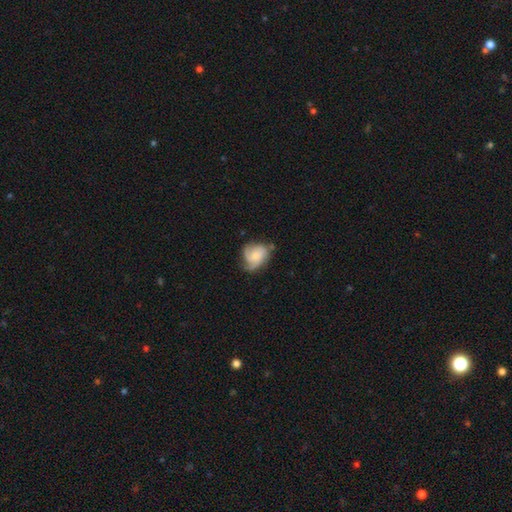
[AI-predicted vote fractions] smooth_or_featured: featured or disk (p=0.58) [alt: smooth p=0.35]
disk_edge_on: no (p=0.98) [alt: yes p=0.02]
bar: no (p=0.72) [alt: weak p=0.24]
has_spiral_arms: yes (p=0.88) [alt: no p=0.12]
spiral_winding: tight (p=0.40) [tied with: medium p=0.40]
spiral_arm_count: 3 (p=0.31) [alt: 2 p=0.28]
bulge_size: small (p=0.53) [alt: moderate p=0.37]
merging: none (p=0.50) [alt: minor disturbance p=0.31]